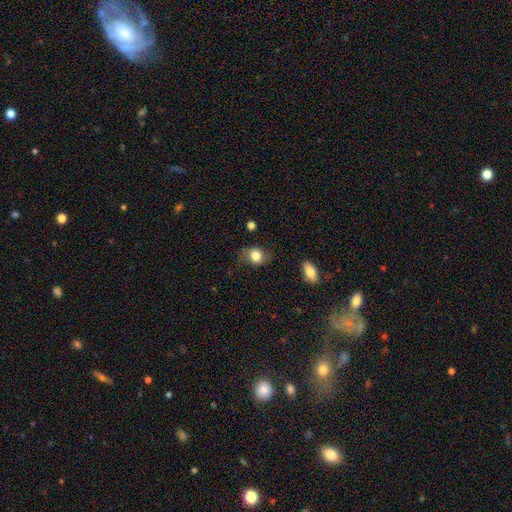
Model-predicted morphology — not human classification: Overall: smooth (77%). How rounded: in between (52%; round 46%). Merging: none (66%).